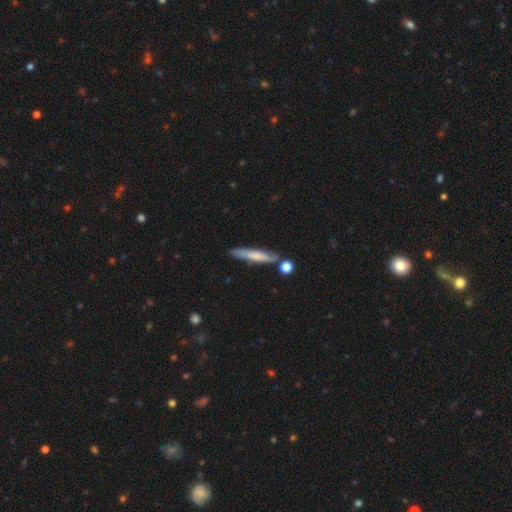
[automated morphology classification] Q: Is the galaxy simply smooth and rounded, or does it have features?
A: smooth — 61%.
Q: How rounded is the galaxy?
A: cigar-shaped — 91%.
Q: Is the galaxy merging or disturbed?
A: none — 74%.